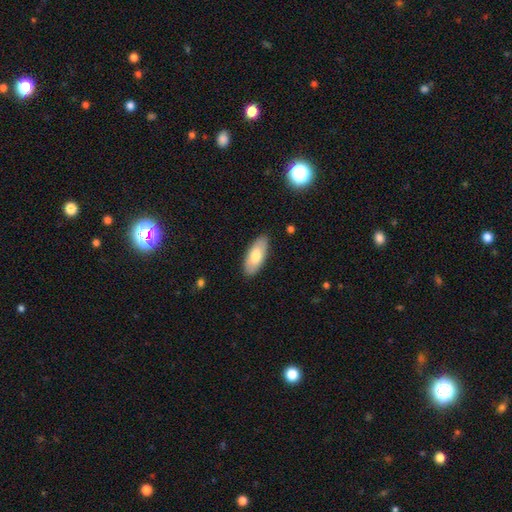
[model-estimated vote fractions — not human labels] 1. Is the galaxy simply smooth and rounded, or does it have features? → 73% smooth, 22% featured or disk, 6% star or artifact.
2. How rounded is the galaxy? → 87% in between, 12% cigar-shaped, 2% round.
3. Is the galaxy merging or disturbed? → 87% none, 10% minor disturbance, 2% major disturbance, 1% merger.